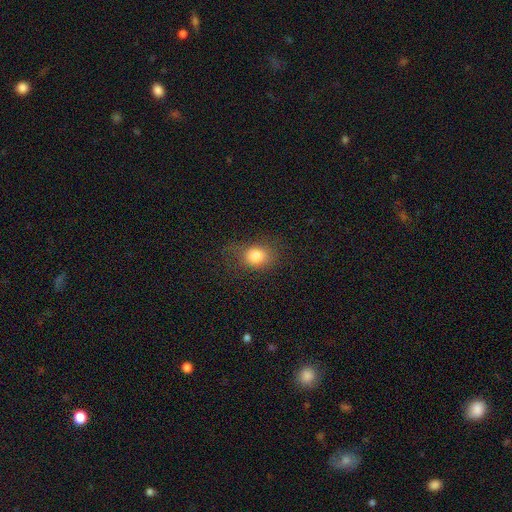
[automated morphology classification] Smooth or featured?
  - smooth: 81% *
  - star or artifact: 11%
  - featured or disk: 8%
How rounded?
  - round: 50% *
  - in between: 49%
  - cigar-shaped: 1%
Merging?
  - none: 64% *
  - minor disturbance: 21%
  - major disturbance: 13%
  - merger: 1%